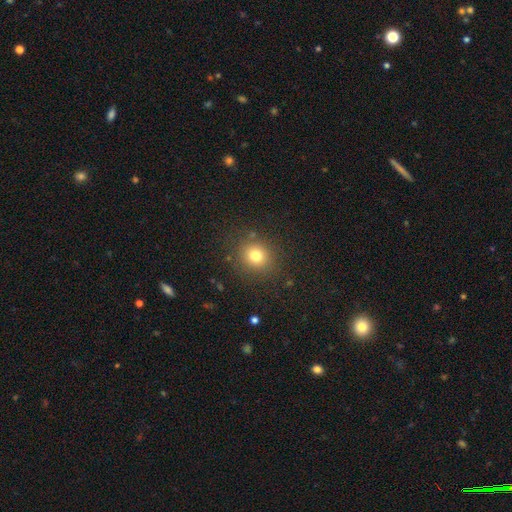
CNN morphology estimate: smooth_or_featured: smooth (p=0.77) [alt: star or artifact p=0.15]
how_rounded: round (p=0.83) [alt: in between p=0.16]
merging: none (p=0.85) [alt: minor disturbance p=0.09]